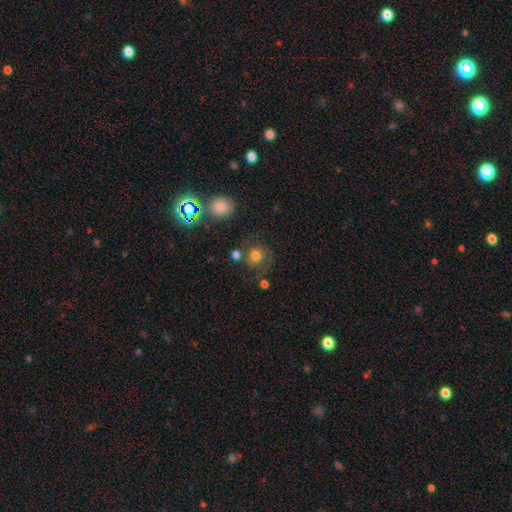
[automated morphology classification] Smooth or featured?
  - smooth: 68% *
  - featured or disk: 17%
  - star or artifact: 15%
How rounded?
  - round: 86% *
  - in between: 13%
  - cigar-shaped: 1%
Merging?
  - none: 60% *
  - minor disturbance: 17%
  - major disturbance: 13%
  - merger: 10%